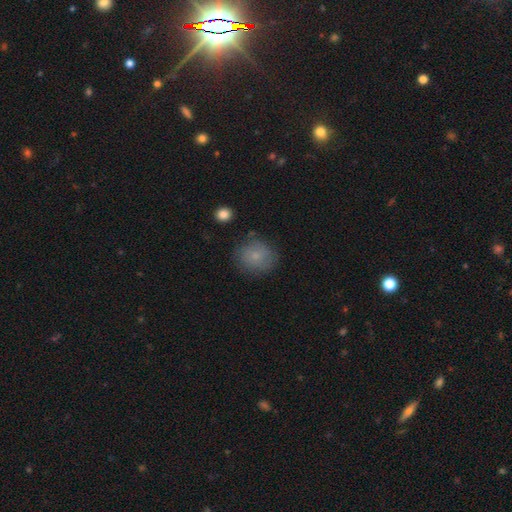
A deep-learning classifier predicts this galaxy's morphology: type=smooth (79%); roundness=round (84%); merging=none (78%).